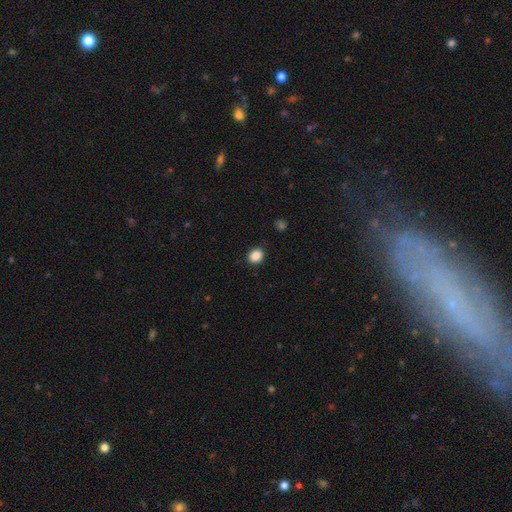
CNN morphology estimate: smooth_or_featured: smooth (p=0.87) [alt: star or artifact p=0.10]
how_rounded: round (p=0.71) [alt: in between p=0.28]
merging: none (p=0.89) [alt: minor disturbance p=0.08]